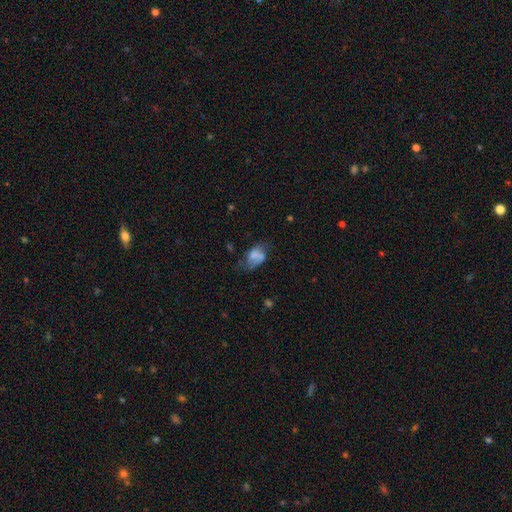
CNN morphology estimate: smooth-or-featured: smooth: 58% | featured or disk: 32% | star or artifact: 10%
  how-rounded: in between: 84% | round: 14% | cigar-shaped: 2%
  merging: none: 31% | minor disturbance: 29% | major disturbance: 27% | merger: 12%